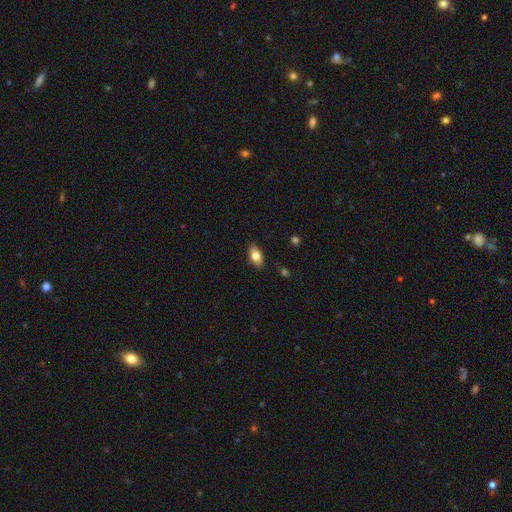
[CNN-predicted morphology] This appears to be a smooth galaxy with no disk features (79%) that is in between round and cigar-shaped (90%). Merging: none (87%).